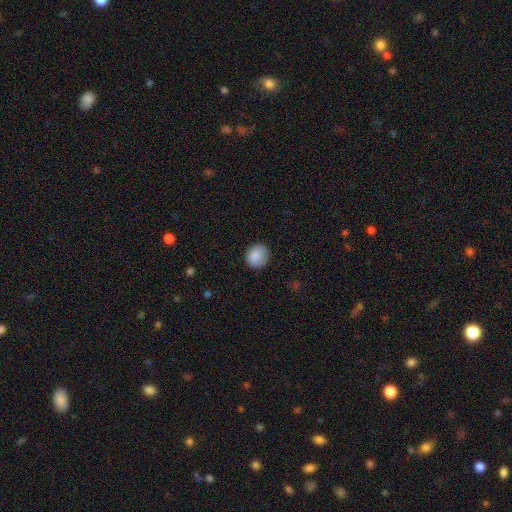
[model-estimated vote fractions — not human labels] A smooth galaxy with no disk features (88%) that is round (83%). Merging: none (84%).